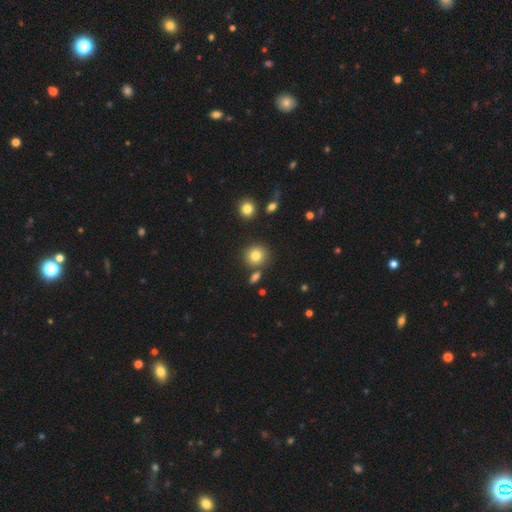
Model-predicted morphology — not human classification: Smooth or featured?
  - smooth: 80% *
  - star or artifact: 11%
  - featured or disk: 8%
How rounded?
  - round: 88% *
  - in between: 11%
  - cigar-shaped: 1%
Merging?
  - none: 79% *
  - merger: 9%
  - minor disturbance: 9%
  - major disturbance: 3%